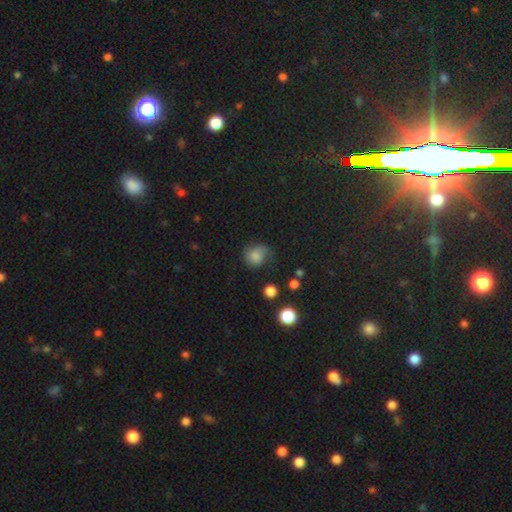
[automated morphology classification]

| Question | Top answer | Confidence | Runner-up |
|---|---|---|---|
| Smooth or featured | smooth | 70% | featured or disk (18%) |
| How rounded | round | 71% | in between (28%) |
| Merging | none | 48% | minor disturbance (30%) |